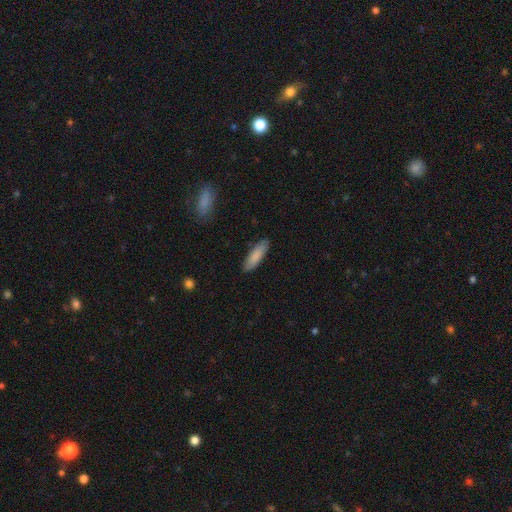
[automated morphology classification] The model was most divided on "how rounded": cigar-shaped: 56%, in between: 43%, round: 1%. More confident: merging — none (87%); smooth or featured — smooth (85%).